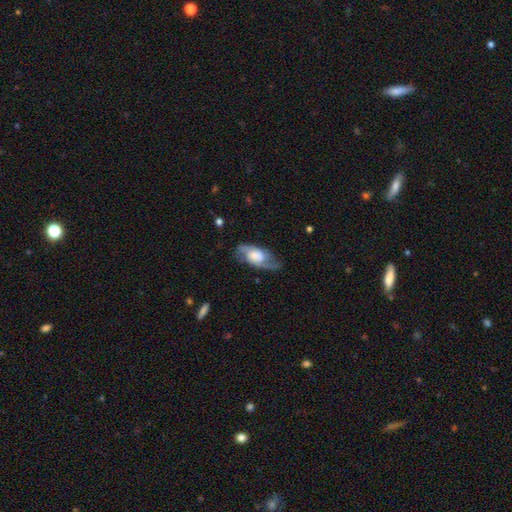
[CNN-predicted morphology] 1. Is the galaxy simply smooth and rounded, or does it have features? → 70% featured or disk, 24% smooth, 6% star or artifact.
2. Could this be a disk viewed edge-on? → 91% no, 9% yes.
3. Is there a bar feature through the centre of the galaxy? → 62% no, 30% weak, 7% strong.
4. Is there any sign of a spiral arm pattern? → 88% yes, 12% no.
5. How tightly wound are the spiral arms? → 47% medium, 32% loose, 21% tight.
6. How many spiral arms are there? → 83% 2, 9% can't tell, 4% 1, 2% 3, 1% 4, 1% more than 4.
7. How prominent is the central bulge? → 34% large, 32% moderate, 20% small, 9% none, 5% dominant.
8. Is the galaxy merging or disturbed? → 65% none, 21% minor disturbance, 12% major disturbance, 2% merger.